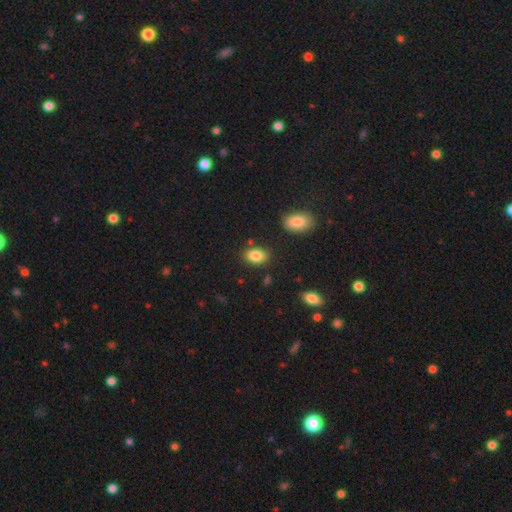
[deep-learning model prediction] Smooth or featured: smooth — 86% (star or artifact — 8%)
How rounded: in between — 83% (round — 15%)
Merging: none — 83% (minor disturbance — 11%)